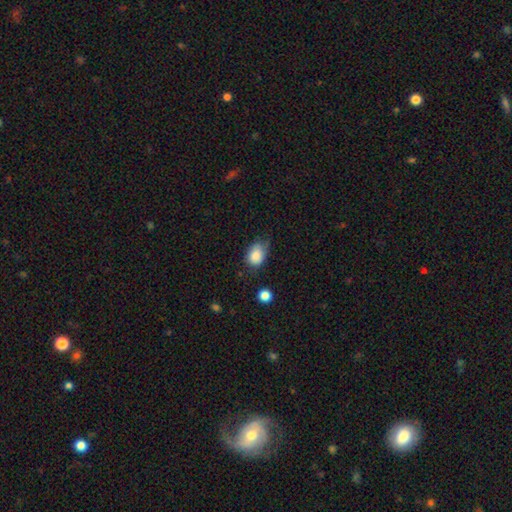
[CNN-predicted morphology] Smooth or featured? smooth (84%)
How rounded? in between (70%)
Merging? none (49%)